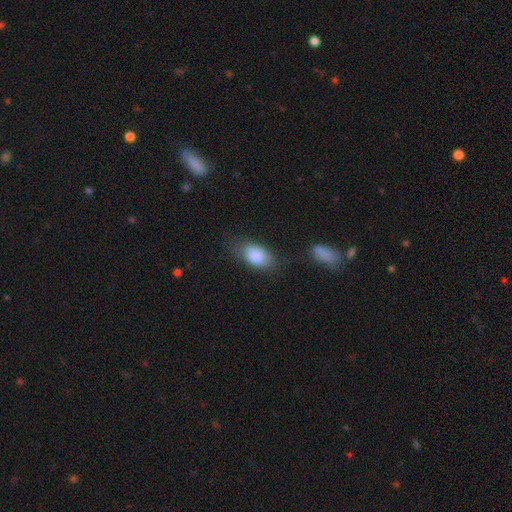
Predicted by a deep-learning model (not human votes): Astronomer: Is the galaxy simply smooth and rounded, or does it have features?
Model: smooth — 86%.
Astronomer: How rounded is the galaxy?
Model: in between — 89%.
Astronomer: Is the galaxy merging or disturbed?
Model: none — 65%.